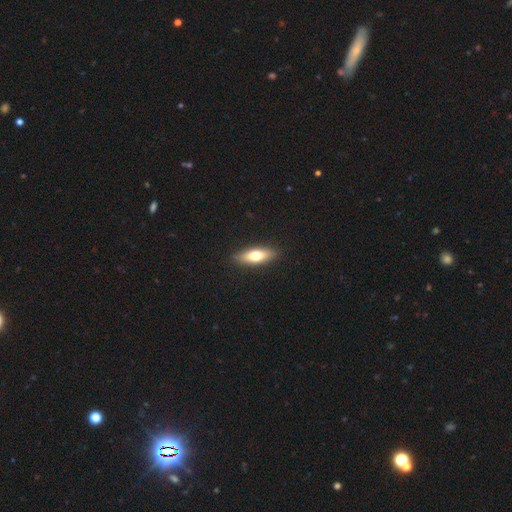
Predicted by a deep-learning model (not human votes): A smooth galaxy with no disk features (64%) that is in between round and cigar-shaped (55%).

Vote fractions:
- Smooth or featured? smooth: 64% / featured or disk: 30% / star or artifact: 6%
- How rounded? in between: 55% / cigar-shaped: 42% / round: 3%
- Merging? none: 89% / minor disturbance: 8% / major disturbance: 2% / merger: 1%